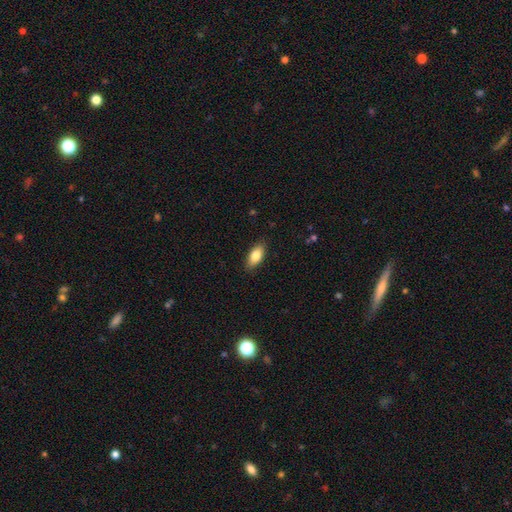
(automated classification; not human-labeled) The model was most divided on "smooth or featured": smooth: 81%, featured or disk: 12%, star or artifact: 7%. More confident: merging — none (87%); how rounded — in between (86%).